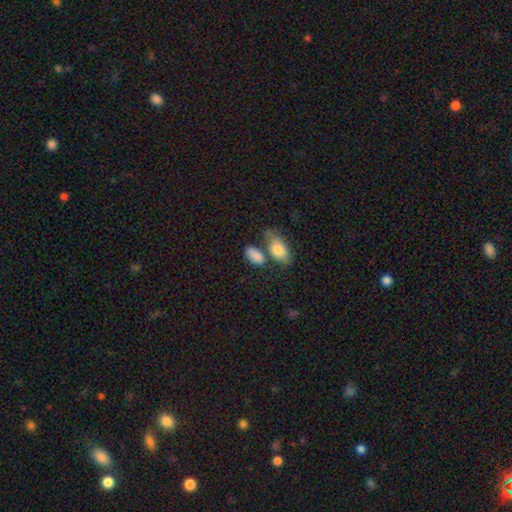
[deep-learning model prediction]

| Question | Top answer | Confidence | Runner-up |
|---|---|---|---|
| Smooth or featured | smooth | 86% | star or artifact (7%) |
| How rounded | in between | 91% | round (5%) |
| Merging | none | 50% | merger (26%) |